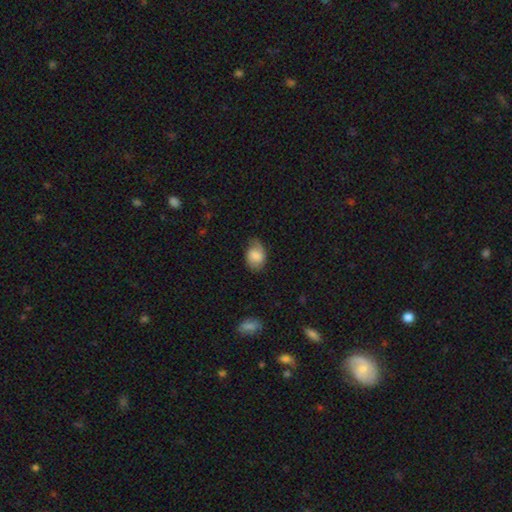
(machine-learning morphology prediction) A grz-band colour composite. It shows a smooth galaxy with no disk features (70%) that is in between round and cigar-shaped (73%). Merging: none (54%).